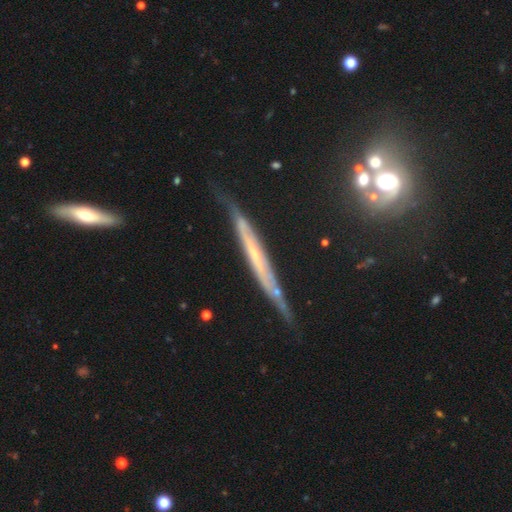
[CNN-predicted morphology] smooth_or_featured: featured or disk (p=0.70) [alt: smooth p=0.22]
disk_edge_on: yes (p=0.89) [alt: no p=0.11]
edge_on_bulge: none (p=0.78) [alt: rounded p=0.15]
merging: none (p=0.65) [alt: minor disturbance p=0.26]